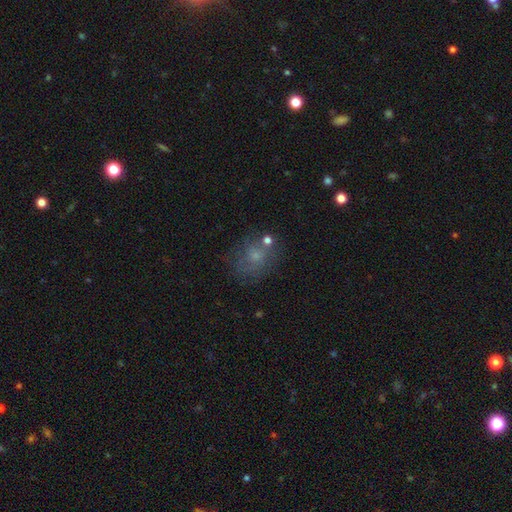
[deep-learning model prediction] A smooth galaxy with no disk features (54%) that is round (59%).

Vote fractions:
- Smooth or featured? smooth: 54% / featured or disk: 28% / star or artifact: 18%
- How rounded? round: 59% / in between: 39% / cigar-shaped: 1%
- Merging? none: 60% / minor disturbance: 20% / major disturbance: 12% / merger: 8%